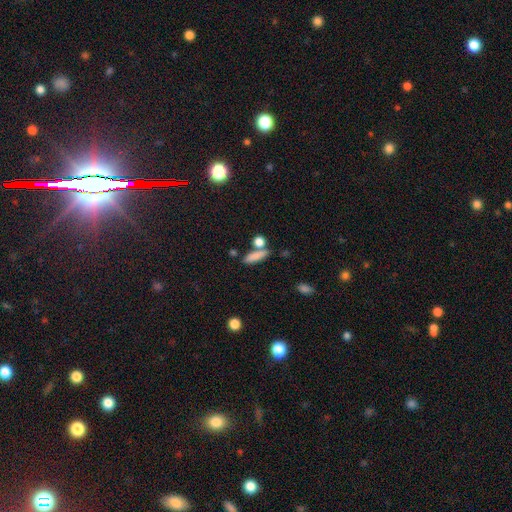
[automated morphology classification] This is clearly a smooth galaxy (81%). How rounded: possibly cigar-shaped (51%). Merging: likely none (62%).